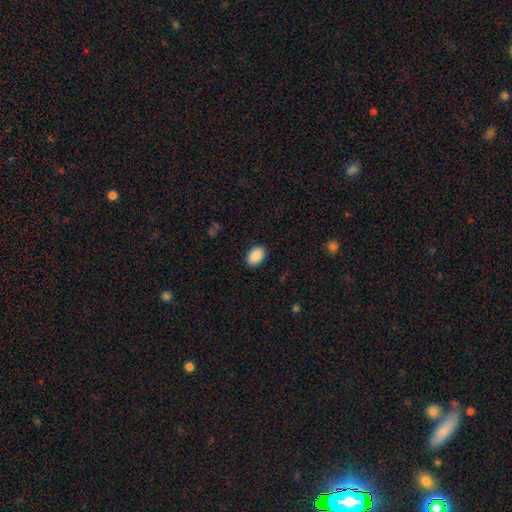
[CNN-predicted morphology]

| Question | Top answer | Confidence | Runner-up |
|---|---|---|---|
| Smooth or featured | smooth | 91% | star or artifact (7%) |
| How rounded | in between | 88% | round (11%) |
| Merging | none | 89% | minor disturbance (7%) |